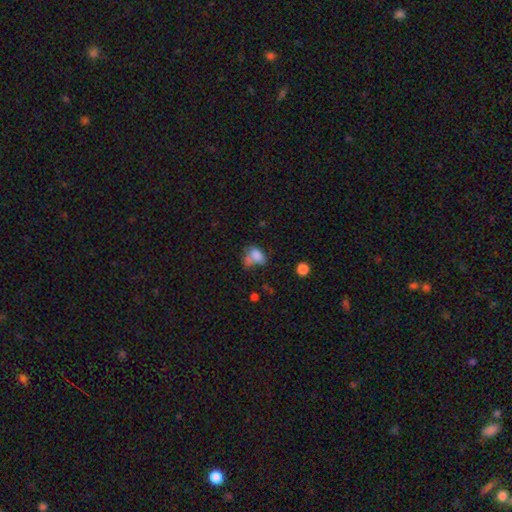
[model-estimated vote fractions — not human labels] Smooth or featured? Predicted: smooth (p=0.73). How rounded? Predicted: in between (p=0.78). Merging? Predicted: none (p=0.28, tied with merger).